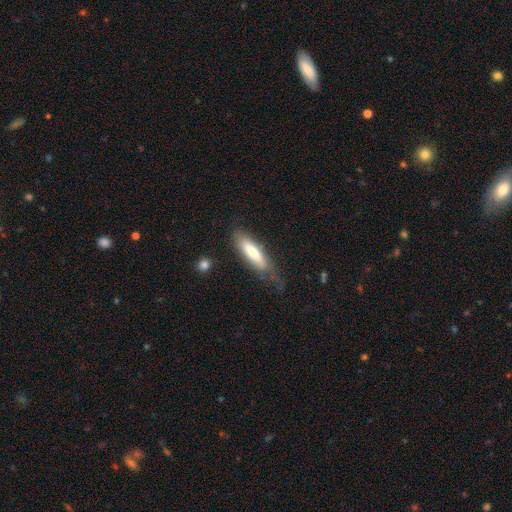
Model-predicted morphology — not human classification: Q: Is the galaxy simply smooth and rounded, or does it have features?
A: smooth — 60%.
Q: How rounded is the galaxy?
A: cigar-shaped — 67%.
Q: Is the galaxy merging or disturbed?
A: none — 55%.